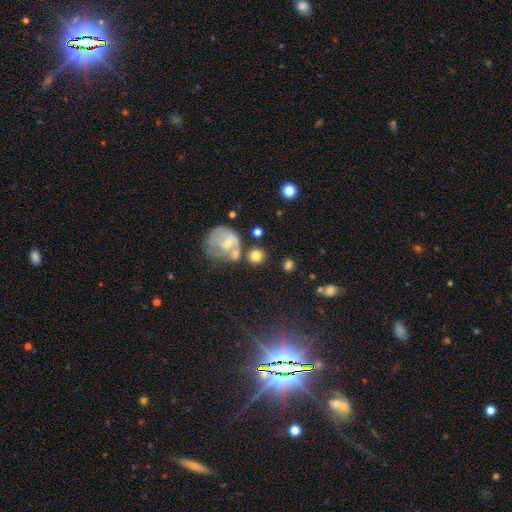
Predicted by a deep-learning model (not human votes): Morphology: type=smooth (74%); roundness=round (86%); merging=none (59%).